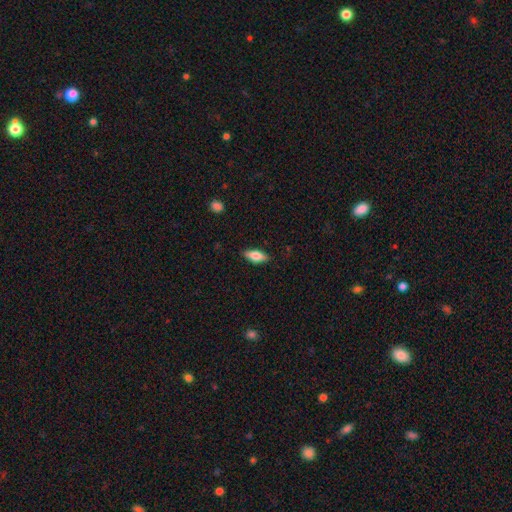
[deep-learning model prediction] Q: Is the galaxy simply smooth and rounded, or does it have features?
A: smooth — 76%.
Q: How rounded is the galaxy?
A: in between — 75%.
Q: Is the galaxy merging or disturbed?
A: none — 85%.